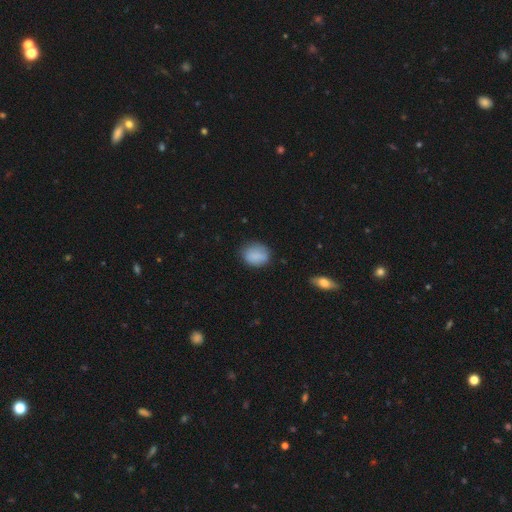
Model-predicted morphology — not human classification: Smooth or featured? Predicted: smooth (p=0.85). How rounded? Predicted: round (p=0.51). Merging? Predicted: none (p=0.74).